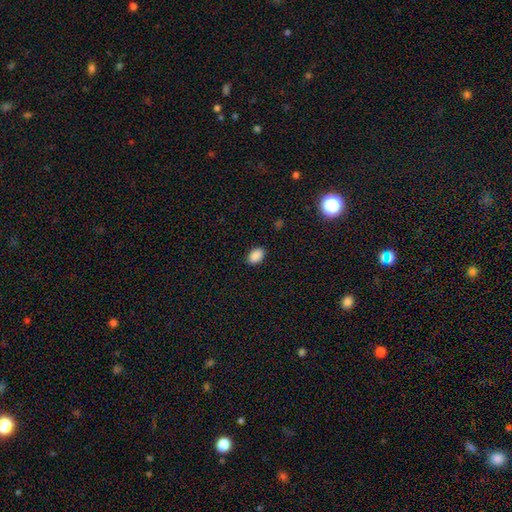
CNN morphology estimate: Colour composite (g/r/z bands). It shows a smooth galaxy with no disk features (89%) that is in between round and cigar-shaped (86%). Merging: none (87%).